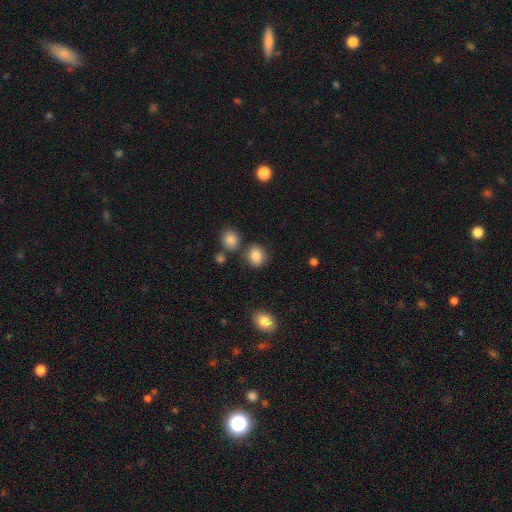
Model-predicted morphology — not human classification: Smooth or featured: smooth — 85% (star or artifact — 10%)
How rounded: round — 61% (in between — 38%)
Merging: none — 76% (minor disturbance — 12%)